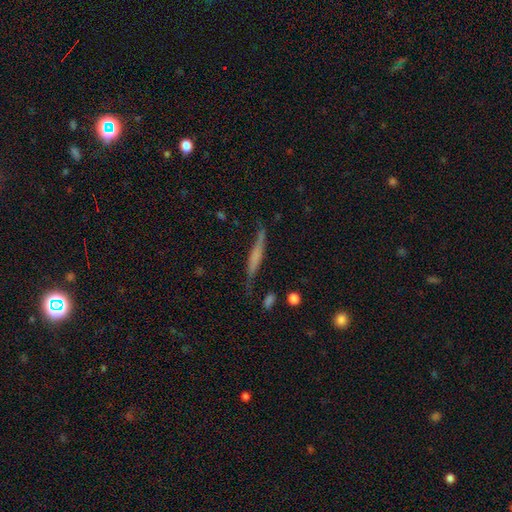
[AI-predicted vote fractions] featured or disk 49%, smooth 42%, star or artifact 9%. Down the decision tree: merging — none (63%).